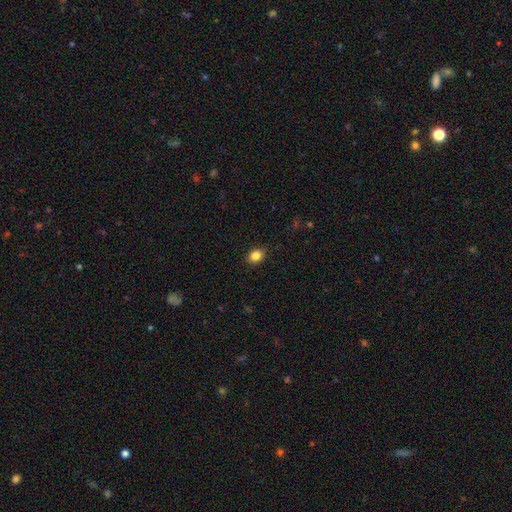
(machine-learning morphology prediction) Smooth or featured? Predicted: smooth (p=0.84). How rounded? Predicted: round (p=0.53). Merging? Predicted: none (p=0.88).